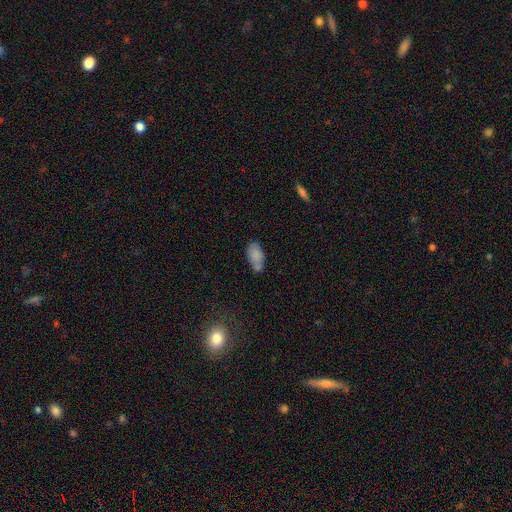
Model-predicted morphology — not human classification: A smooth galaxy with no disk features (80%) that is in between round and cigar-shaped (91%).

Vote fractions:
- Smooth or featured? smooth: 80% / featured or disk: 11% / star or artifact: 8%
- How rounded? in between: 91% / cigar-shaped: 5% / round: 3%
- Merging? none: 54% / minor disturbance: 23% / merger: 16% / major disturbance: 6%